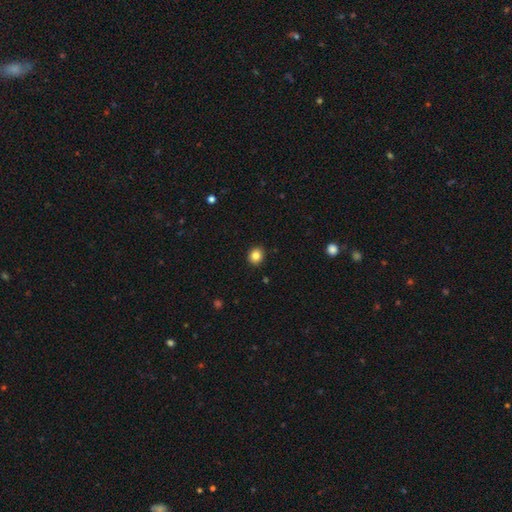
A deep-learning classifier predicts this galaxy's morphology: type=smooth (84%); roundness=round (77%); merging=none (91%).